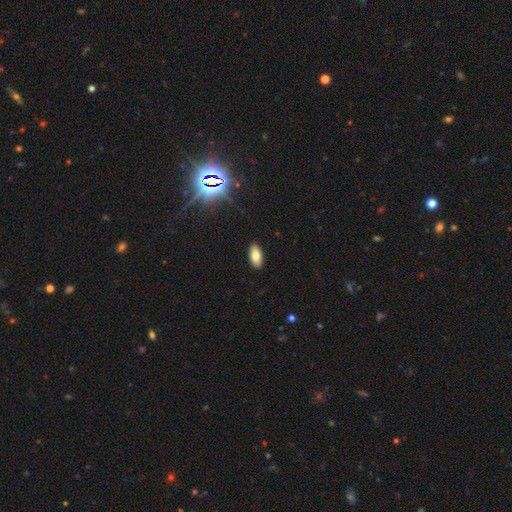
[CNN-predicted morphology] Smooth or featured: smooth — 82% (star or artifact — 9%)
How rounded: in between — 91% (cigar-shaped — 7%)
Merging: none — 90% (minor disturbance — 8%)